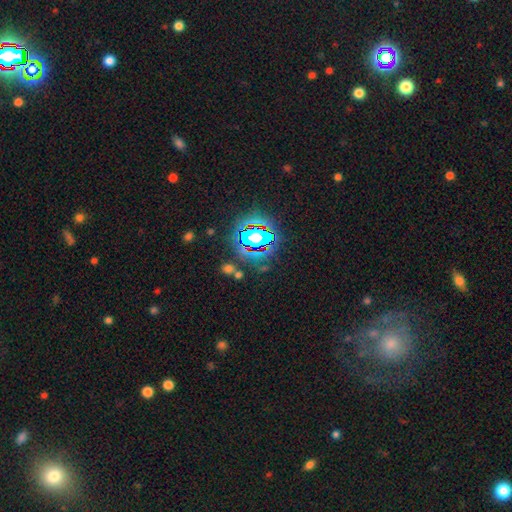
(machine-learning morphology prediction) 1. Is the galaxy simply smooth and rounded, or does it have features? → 77% star or artifact, 12% smooth, 11% featured or disk.